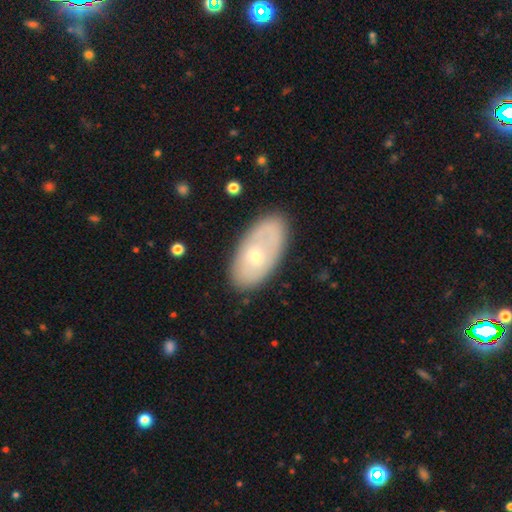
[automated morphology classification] This appears to be a smooth galaxy with no disk features (54%) that is in between round and cigar-shaped (93%). Merging: none (77%).